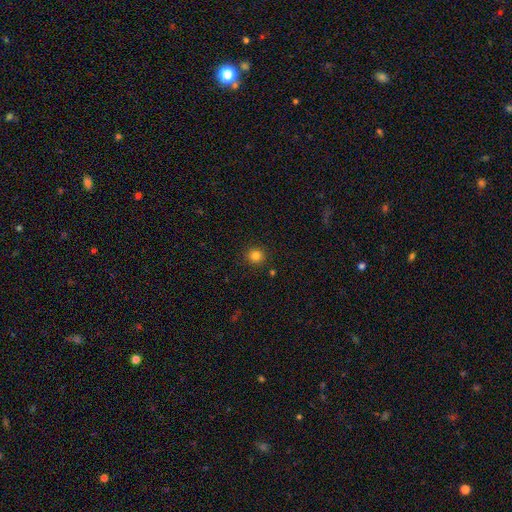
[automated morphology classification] The model was most divided on "smooth or featured": smooth: 82%, star or artifact: 13%, featured or disk: 5%. More confident: how rounded — round (92%); merging — none (90%).